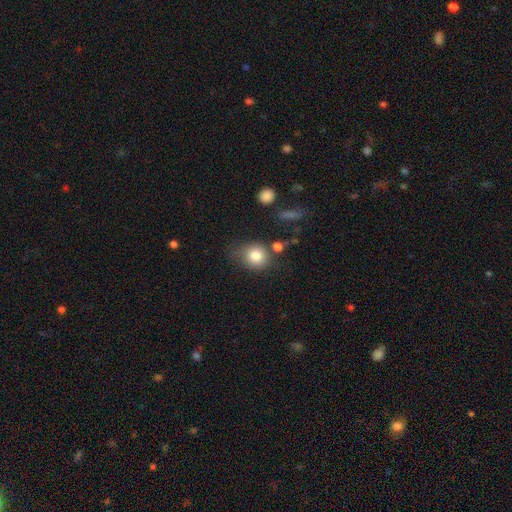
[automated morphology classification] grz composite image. It shows a smooth galaxy with no disk features (81%) that is round (77%). Merging: none (60%).